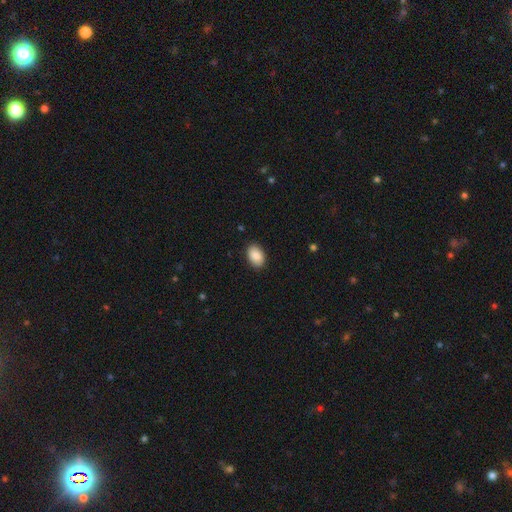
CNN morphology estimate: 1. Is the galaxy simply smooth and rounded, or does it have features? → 88% smooth, 7% star or artifact, 5% featured or disk.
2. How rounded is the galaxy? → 89% in between, 10% round, 1% cigar-shaped.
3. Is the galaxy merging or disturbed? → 88% none, 9% minor disturbance, 2% major disturbance, 1% merger.